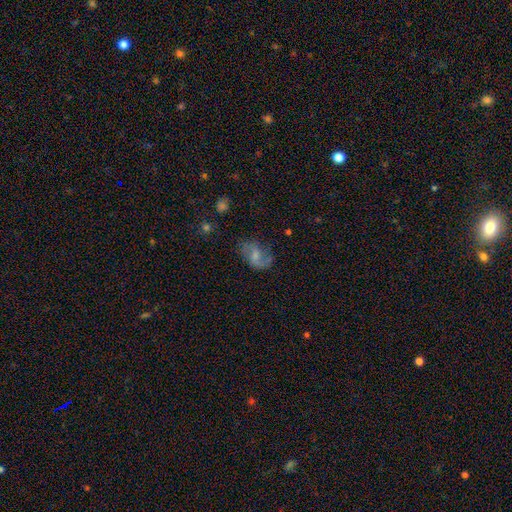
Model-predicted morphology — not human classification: smooth-or-featured: featured or disk: 55% | smooth: 36% | star or artifact: 10%
  disk-edge-on: no: 97% | yes: 3%
    bar: weak: 46% | no: 44% | strong: 9%
    has-spiral-arms: yes: 83% | no: 17%
    bulge-size: small: 34% | moderate: 33% | none: 26% | large: 6% | dominant: 1%
  merging: none: 54% | minor disturbance: 25% | major disturbance: 18% | merger: 3%